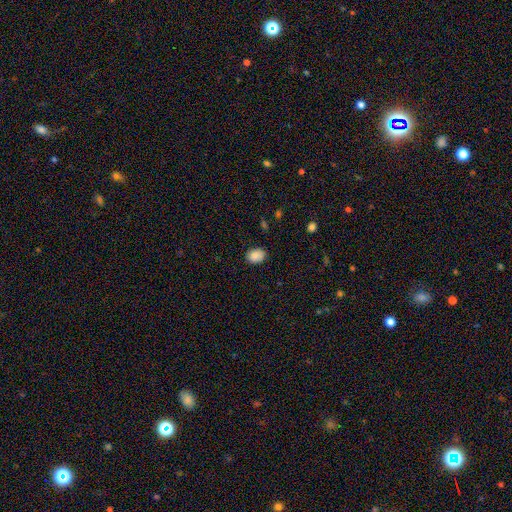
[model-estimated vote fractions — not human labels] smooth 87%, star or artifact 8%, featured or disk 5%. Down the decision tree: how rounded — in between (63%); merging — none (81%).